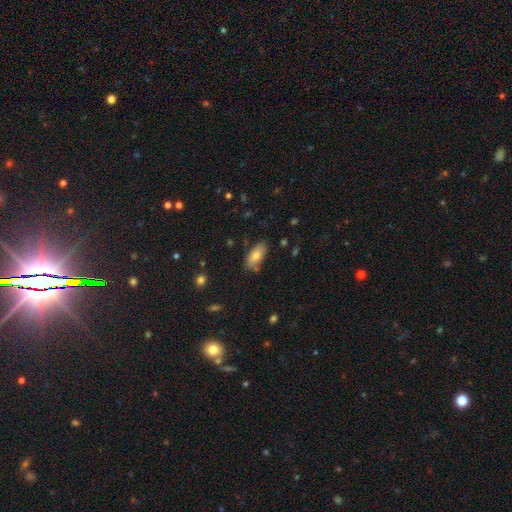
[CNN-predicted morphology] Smooth or featured?
  - smooth: 75% *
  - featured or disk: 17%
  - star or artifact: 8%
How rounded?
  - in between: 89% *
  - cigar-shaped: 8%
  - round: 3%
Merging?
  - none: 77% *
  - minor disturbance: 17%
  - merger: 4%
  - major disturbance: 3%